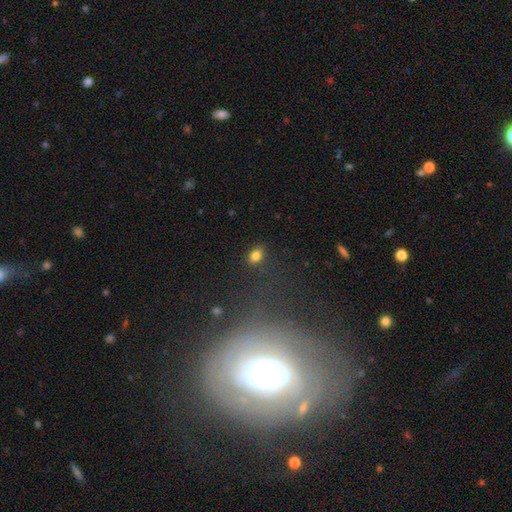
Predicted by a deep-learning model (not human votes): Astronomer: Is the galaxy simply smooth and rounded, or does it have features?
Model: smooth — 81%.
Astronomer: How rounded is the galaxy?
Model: in between — 76%.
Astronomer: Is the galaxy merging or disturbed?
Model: none — 85%.